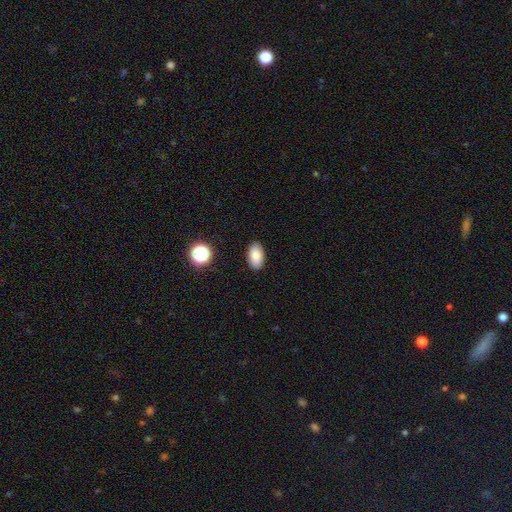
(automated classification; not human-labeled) Smooth or featured? Predicted: smooth (p=0.86). How rounded? Predicted: in between (p=0.93). Merging? Predicted: none (p=0.89).